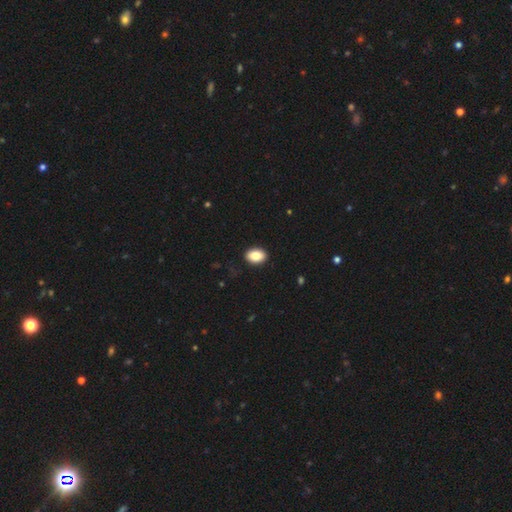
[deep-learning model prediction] Morphology: type=smooth (85%); roundness=in between (80%); merging=none (90%).